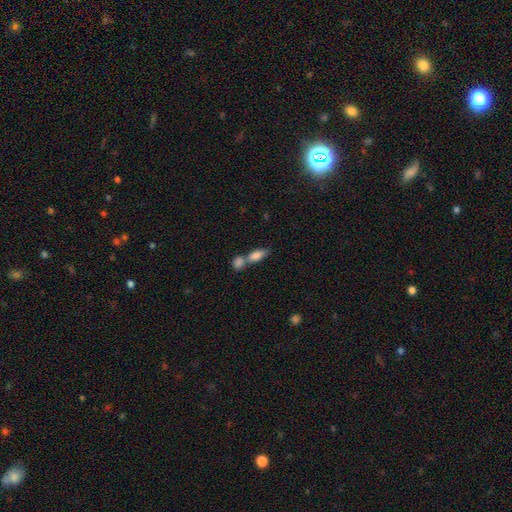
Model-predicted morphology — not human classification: Smooth or featured?
  - smooth: 82% *
  - featured or disk: 11%
  - star or artifact: 7%
How rounded?
  - in between: 78% *
  - cigar-shaped: 16%
  - round: 6%
Merging?
  - merger: 60% *
  - none: 29%
  - minor disturbance: 7%
  - major disturbance: 3%